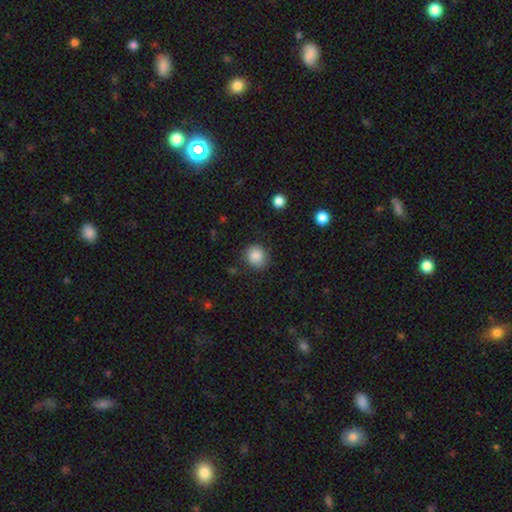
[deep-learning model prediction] Smooth or featured: smooth — 87% (star or artifact — 9%)
How rounded: round — 82% (in between — 17%)
Merging: none — 84% (minor disturbance — 12%)